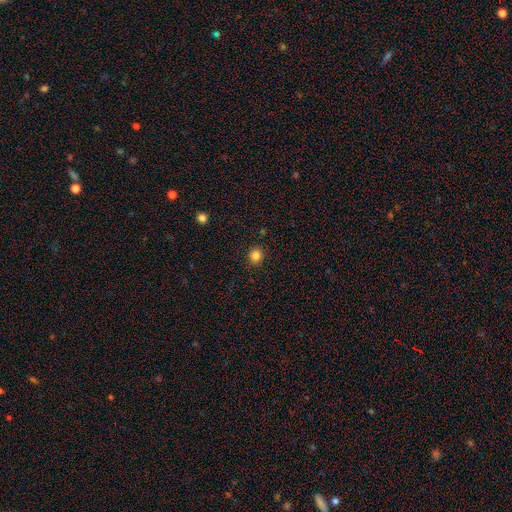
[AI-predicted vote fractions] Overall: smooth (83%). How rounded: round (89%). Merging: none (91%).